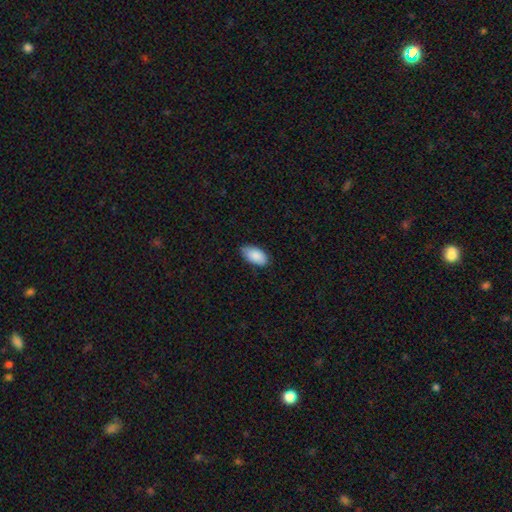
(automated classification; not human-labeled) Smooth or featured: smooth — 88% (star or artifact — 6%)
How rounded: in between — 95% (round — 3%)
Merging: none — 77% (minor disturbance — 19%)